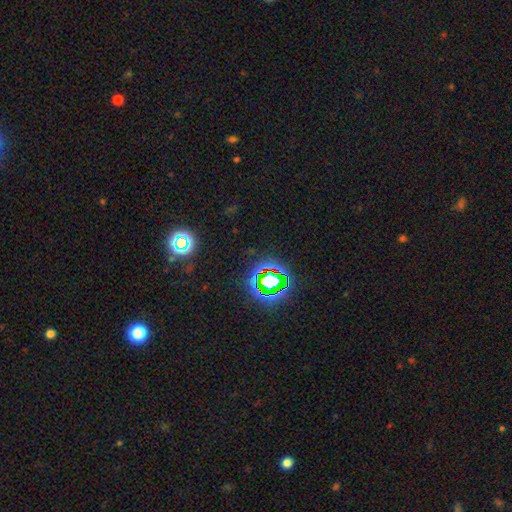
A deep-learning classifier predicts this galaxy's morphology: A star or artifact, not a galaxy (77%).